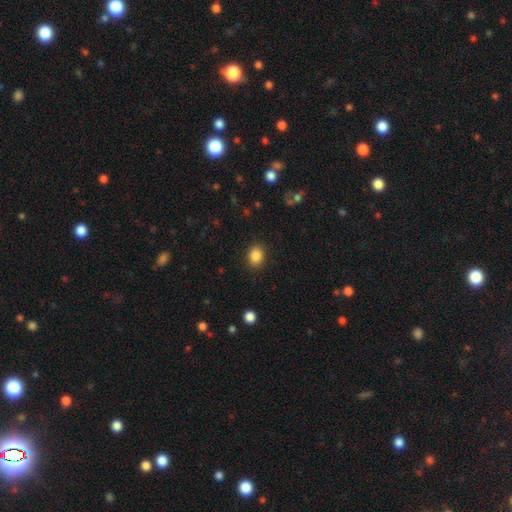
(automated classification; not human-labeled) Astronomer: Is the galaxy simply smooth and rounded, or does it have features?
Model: smooth — 87%.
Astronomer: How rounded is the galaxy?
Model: in between — 54% (runner-up: round, 45%).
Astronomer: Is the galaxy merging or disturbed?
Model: none — 89%.